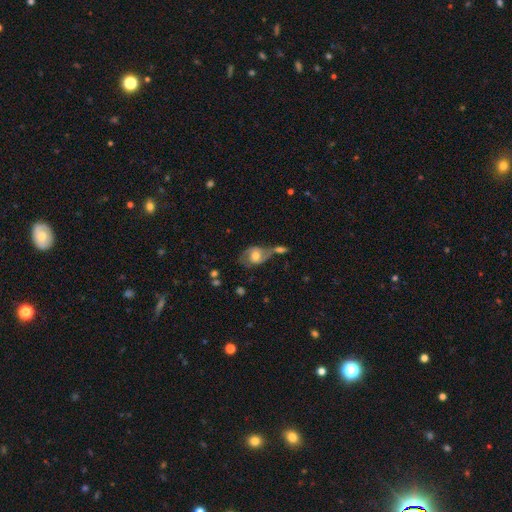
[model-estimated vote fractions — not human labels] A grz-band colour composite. It shows a featured or disk galaxy (64%) with no bar (56%), spiral arms (80%) and a moderate central bulge (66%). Merging: none (36%).